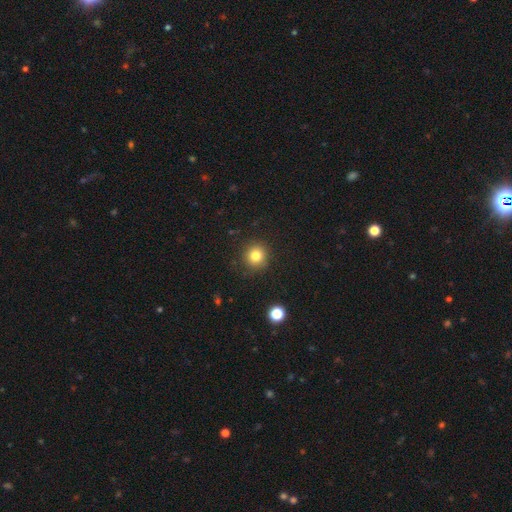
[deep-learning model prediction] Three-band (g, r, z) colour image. It shows a smooth galaxy with no disk features (81%) that is round (92%). Merging: none (88%).